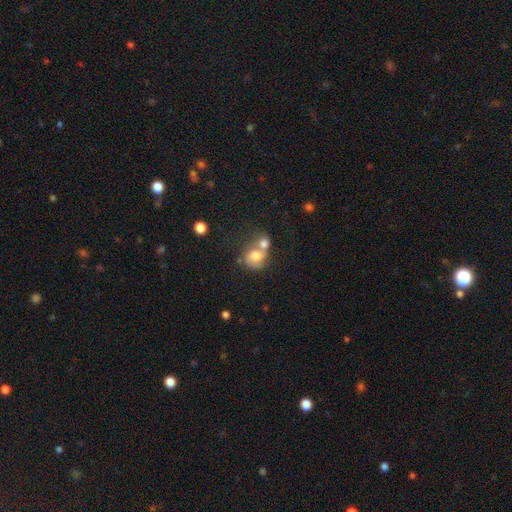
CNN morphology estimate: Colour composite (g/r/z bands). It shows a smooth galaxy with no disk features (58%) that is round (63%). Merging: merger (70%).